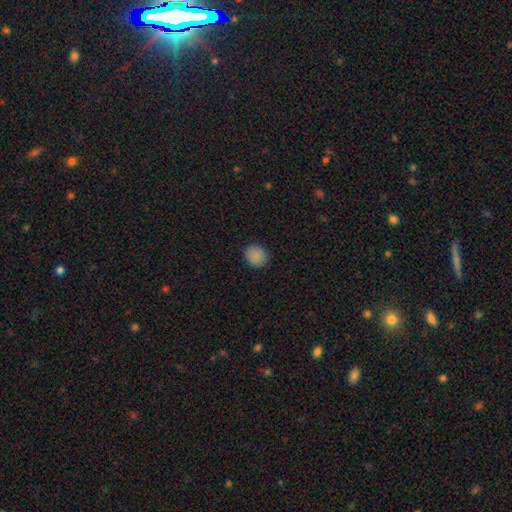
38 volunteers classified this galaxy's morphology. This appears to be a smooth galaxy with no disk features (95%) that is round (69%). Merging: none (92%).